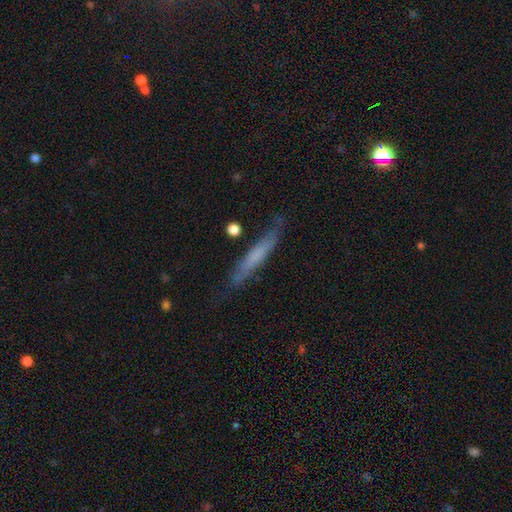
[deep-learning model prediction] The model was most divided on "smooth or featured": smooth: 53%, featured or disk: 39%, star or artifact: 7%. More confident: how rounded — cigar-shaped (93%); merging — none (75%).